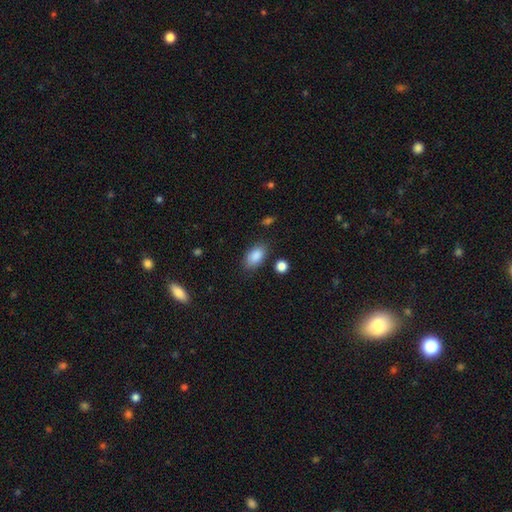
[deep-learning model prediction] Smooth or featured? Predicted: smooth (p=0.87). How rounded? Predicted: in between (p=0.91). Merging? Predicted: none (p=0.79).